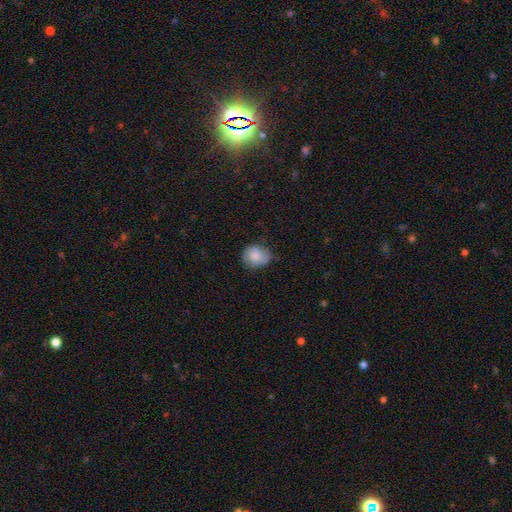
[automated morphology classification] The model was most divided on "merging": none: 61%, minor disturbance: 31%, major disturbance: 7%, merger: 1%. More confident: smooth or featured — smooth (79%); how rounded — round (70%).